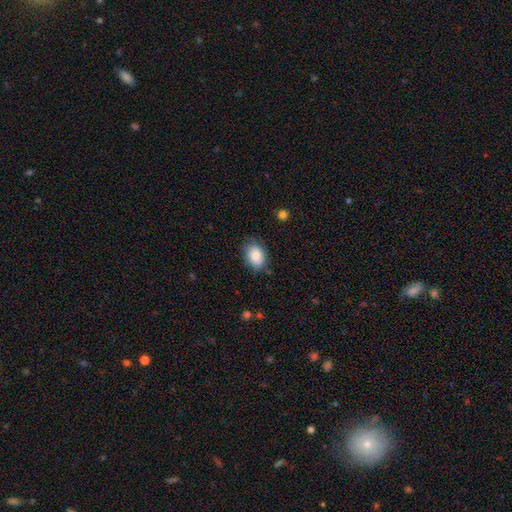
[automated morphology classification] A smooth galaxy with no disk features (82%) that is in between round and cigar-shaped (76%).

Vote fractions:
- Smooth or featured? smooth: 82% / featured or disk: 10% / star or artifact: 8%
- How rounded? in between: 76% / round: 23% / cigar-shaped: 1%
- Merging? none: 73% / minor disturbance: 21% / major disturbance: 4% / merger: 1%